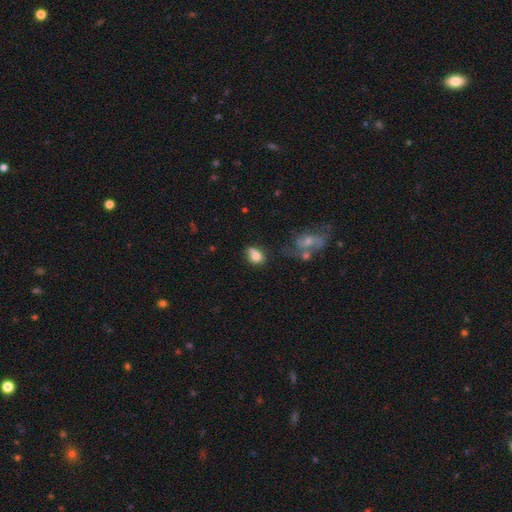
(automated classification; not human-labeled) A smooth galaxy with no disk features (74%) that is in between round and cigar-shaped (63%).

Vote fractions:
- Smooth or featured? smooth: 74% / featured or disk: 16% / star or artifact: 10%
- How rounded? in between: 63% / round: 35% / cigar-shaped: 2%
- Merging? none: 37% / minor disturbance: 29% / merger: 20% / major disturbance: 15%